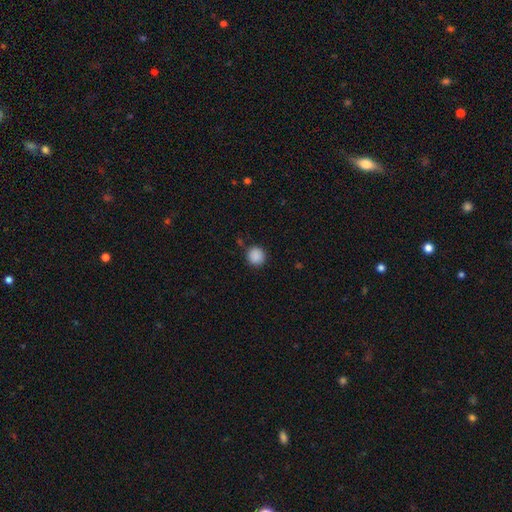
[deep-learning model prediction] smooth_or_featured: smooth (p=0.89) [alt: star or artifact p=0.09]
how_rounded: round (p=0.93) [alt: in between p=0.06]
merging: none (p=0.88) [alt: minor disturbance p=0.08]